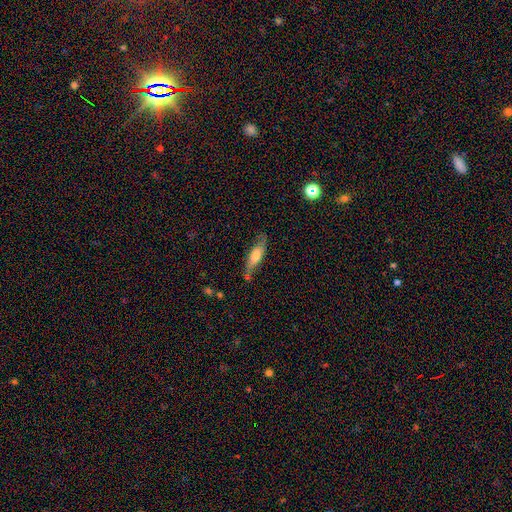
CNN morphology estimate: smooth_or_featured: smooth (p=0.49) [alt: featured or disk p=0.43]
merging: none (p=0.66) [alt: minor disturbance p=0.23]